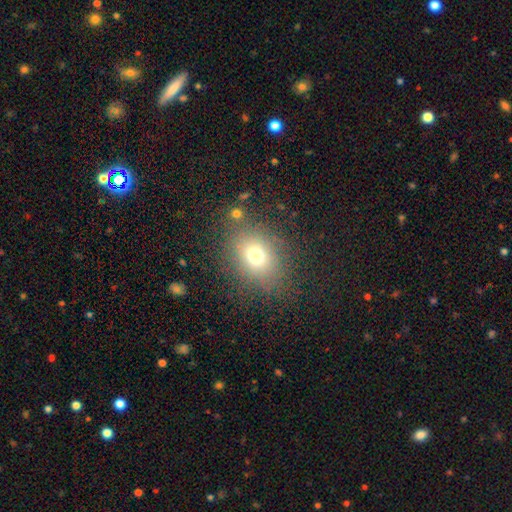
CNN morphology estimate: smooth_or_featured: smooth (p=0.72) [alt: star or artifact p=0.16]
how_rounded: round (p=0.51) [alt: in between p=0.48]
merging: none (p=0.79) [alt: minor disturbance p=0.12]